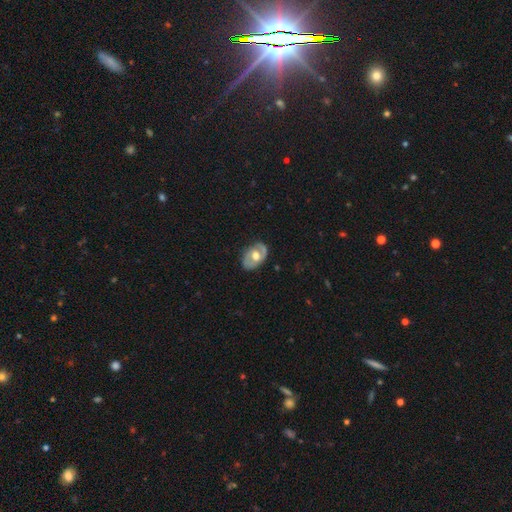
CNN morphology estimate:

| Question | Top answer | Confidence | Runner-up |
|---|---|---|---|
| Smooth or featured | featured or disk | 61% | smooth (33%) |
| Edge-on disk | no | 93% | yes (7%) |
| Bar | no | 62% | weak (29%) |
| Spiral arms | yes | 54% | no (46%) |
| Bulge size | moderate | 66% | large (26%) |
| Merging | none | 76% | minor disturbance (18%) |